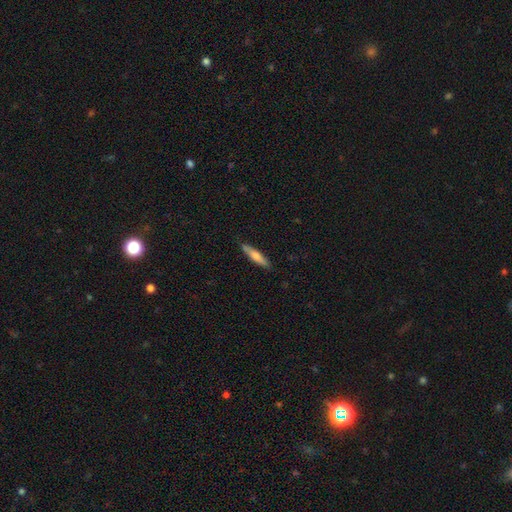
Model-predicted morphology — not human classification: smooth_or_featured: smooth (p=0.62) [alt: featured or disk p=0.32]
how_rounded: cigar-shaped (p=0.84) [alt: in between p=0.15]
merging: none (p=0.85) [alt: minor disturbance p=0.12]